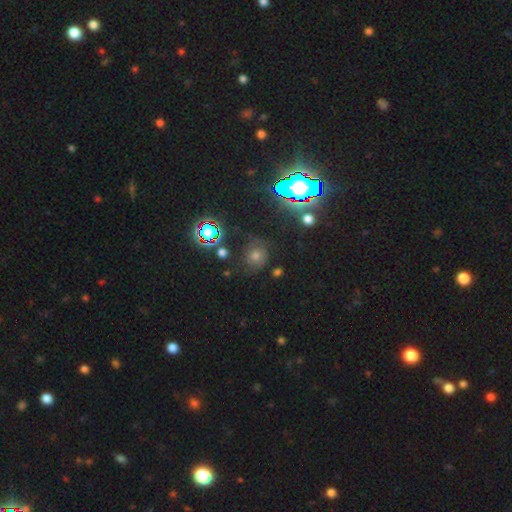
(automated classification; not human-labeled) This appears to be a smooth galaxy with no disk features (43%). Merging: none (80%).